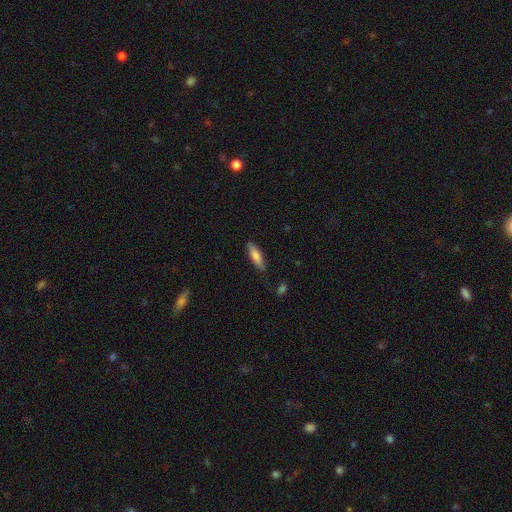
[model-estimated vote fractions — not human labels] smooth-or-featured: smooth: 77% | featured or disk: 17% | star or artifact: 6%
  how-rounded: cigar-shaped: 56% | in between: 42% | round: 2%
  merging: none: 81% | minor disturbance: 15% | major disturbance: 3% | merger: 2%